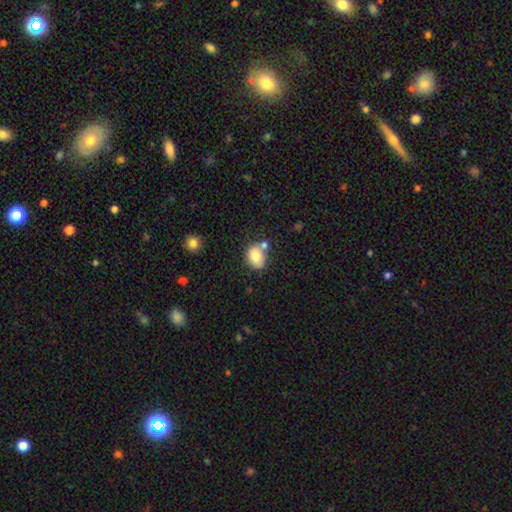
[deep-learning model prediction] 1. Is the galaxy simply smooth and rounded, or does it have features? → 80% smooth, 11% featured or disk, 9% star or artifact.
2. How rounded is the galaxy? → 60% in between, 39% round, 1% cigar-shaped.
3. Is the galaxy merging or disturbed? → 53% none, 25% merger, 17% minor disturbance, 5% major disturbance.